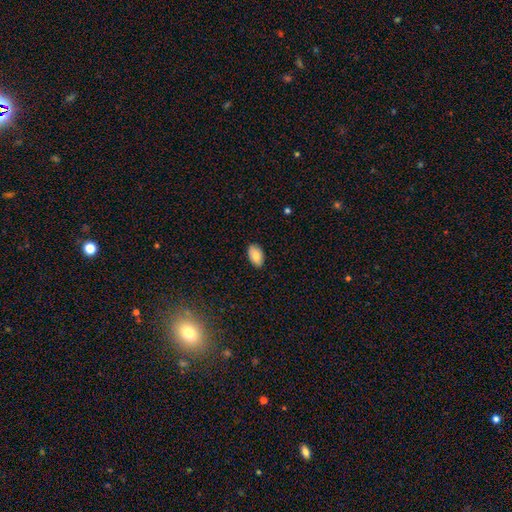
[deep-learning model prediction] Morphology: type=smooth (81%); roundness=in between (94%); merging=none (86%).